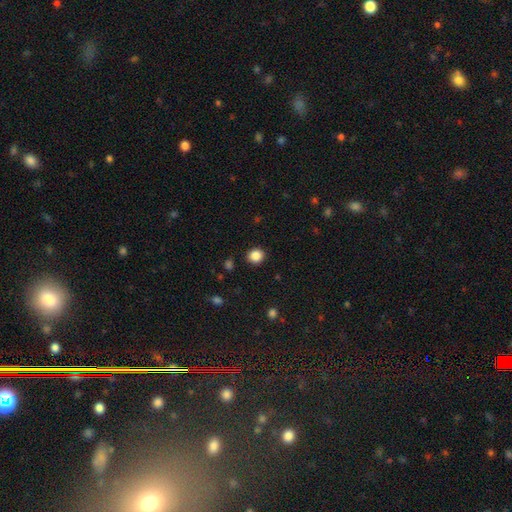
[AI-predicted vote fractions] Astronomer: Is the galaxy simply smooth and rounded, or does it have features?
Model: smooth — 86%.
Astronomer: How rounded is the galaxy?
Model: round — 85%.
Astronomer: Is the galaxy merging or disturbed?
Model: none — 90%.